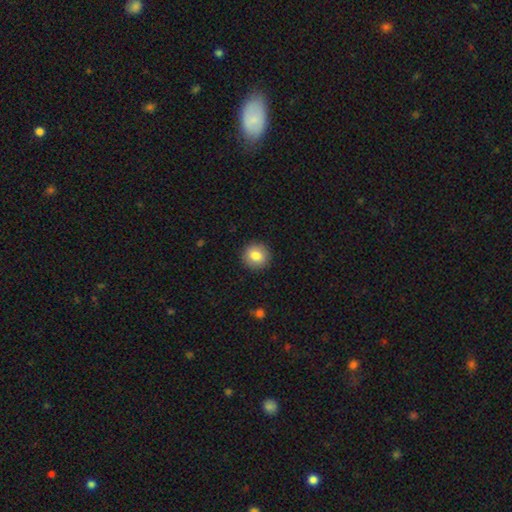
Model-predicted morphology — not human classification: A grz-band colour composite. It shows a smooth galaxy with no disk features (83%) that is round (91%). Merging: none (91%).